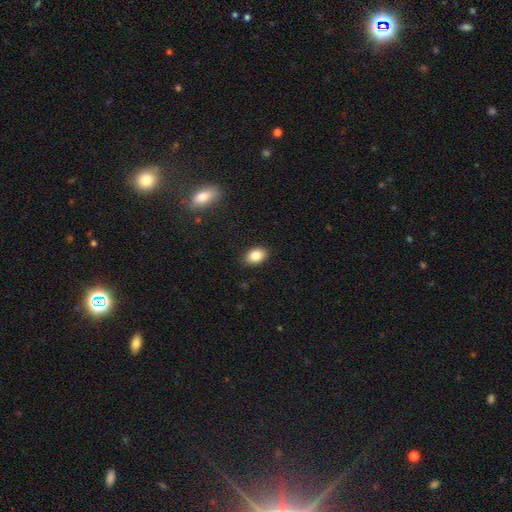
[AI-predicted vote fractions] Smooth or featured: smooth — 85% (star or artifact — 8%)
How rounded: in between — 82% (round — 17%)
Merging: none — 88% (minor disturbance — 9%)